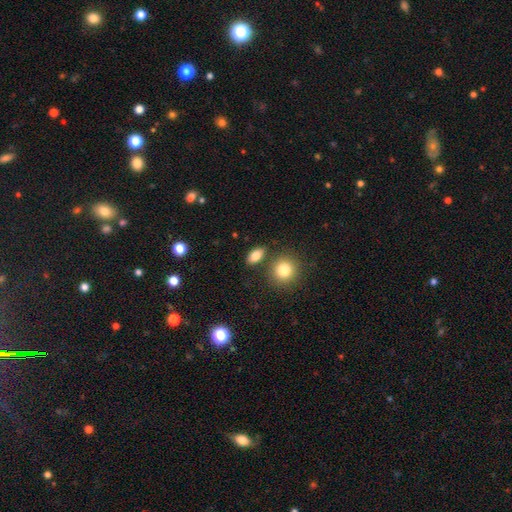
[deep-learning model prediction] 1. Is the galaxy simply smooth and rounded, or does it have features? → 82% smooth, 9% star or artifact, 8% featured or disk.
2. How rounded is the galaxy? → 82% in between, 14% round, 4% cigar-shaped.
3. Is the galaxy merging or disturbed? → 80% none, 10% minor disturbance, 7% merger, 3% major disturbance.